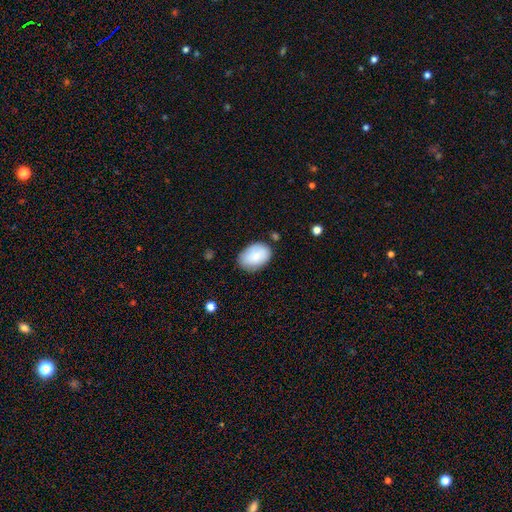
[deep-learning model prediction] Smooth or featured: smooth — 85% (featured or disk — 9%)
How rounded: in between — 88% (round — 11%)
Merging: none — 77% (minor disturbance — 17%)